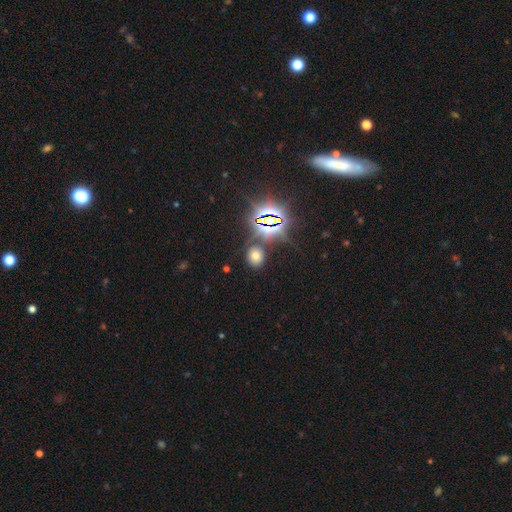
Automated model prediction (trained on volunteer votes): The model was most divided on "smooth or featured": smooth: 55%, star or artifact: 36%, featured or disk: 9%. More confident: merging — none (81%); how rounded — round (62%).